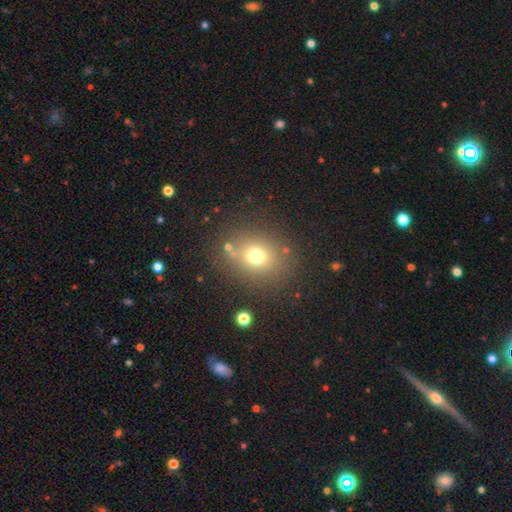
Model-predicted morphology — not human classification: A smooth galaxy with no disk features (70%) that is round (66%). Merging: none (80%).